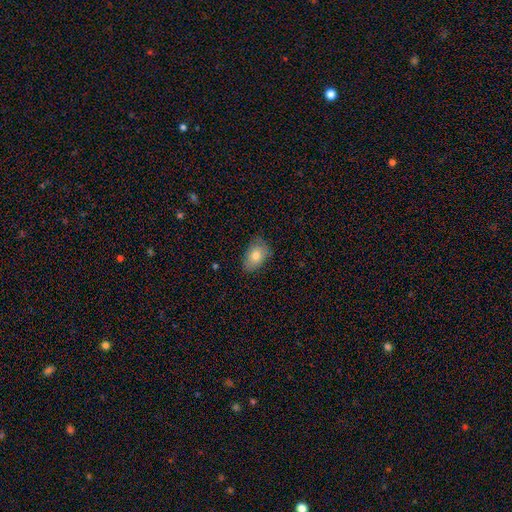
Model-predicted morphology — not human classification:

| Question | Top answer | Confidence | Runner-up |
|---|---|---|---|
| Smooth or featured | smooth | 77% | featured or disk (15%) |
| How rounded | in between | 86% | round (13%) |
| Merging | none | 73% | minor disturbance (22%) |